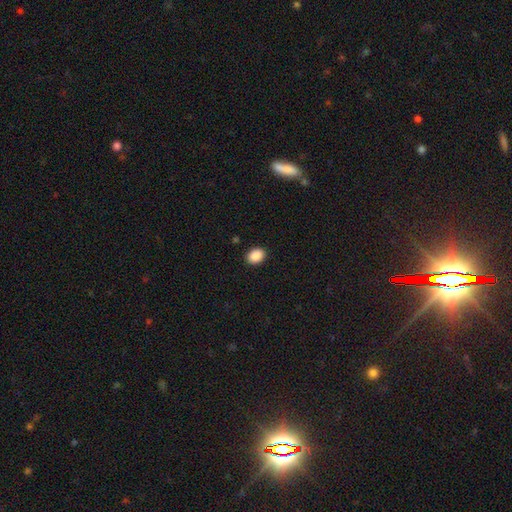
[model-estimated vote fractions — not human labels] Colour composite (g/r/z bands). It shows a smooth galaxy with no disk features (90%) that is in between round and cigar-shaped (66%). Merging: none (90%).